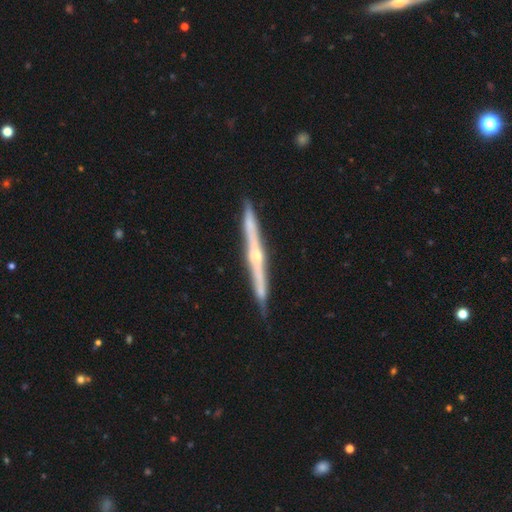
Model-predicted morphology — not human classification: This is clearly a featured or disk galaxy (83%). It is clearly viewed edge-on (98%). Edge-on bulge: likely rounded (78%). Merging: clearly none (89%).